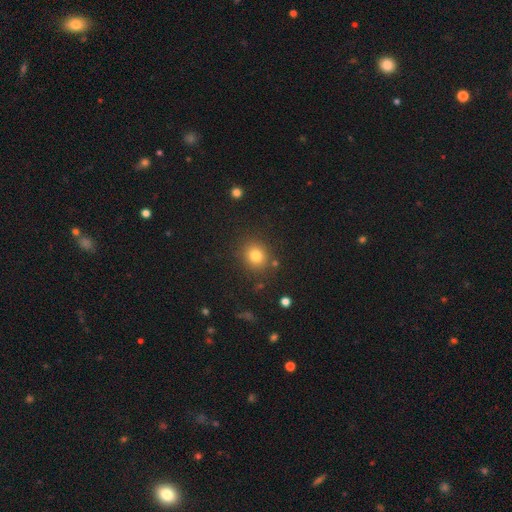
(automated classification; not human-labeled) Smooth or featured? smooth (79%)
How rounded? round (80%)
Merging? none (85%)